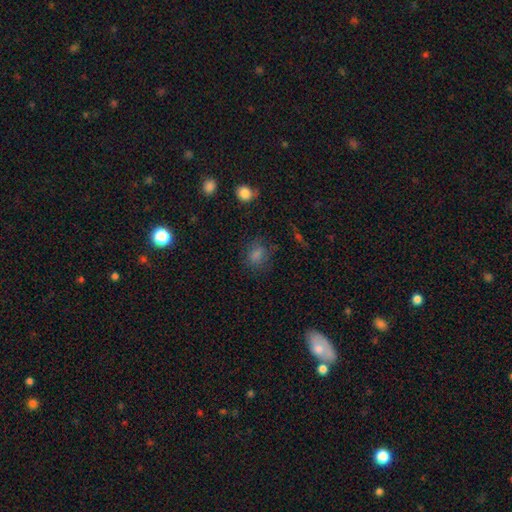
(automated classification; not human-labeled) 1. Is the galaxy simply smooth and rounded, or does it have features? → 70% smooth, 21% star or artifact, 9% featured or disk.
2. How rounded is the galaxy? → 62% round, 37% in between, 1% cigar-shaped.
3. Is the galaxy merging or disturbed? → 74% none, 16% minor disturbance, 7% major disturbance, 2% merger.